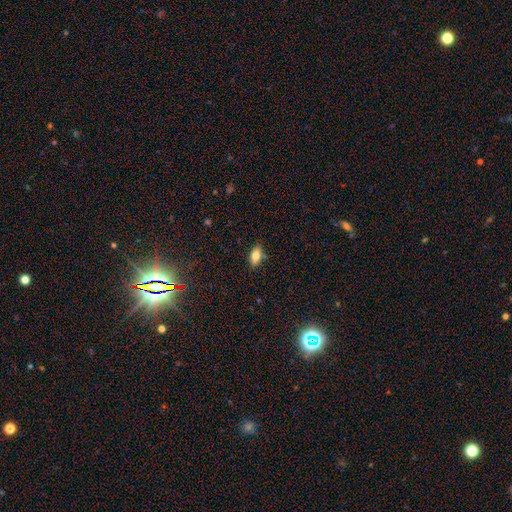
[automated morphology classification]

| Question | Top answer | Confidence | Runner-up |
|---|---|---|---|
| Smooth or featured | smooth | 76% | featured or disk (16%) |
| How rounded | in between | 86% | cigar-shaped (10%) |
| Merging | none | 83% | minor disturbance (12%) |